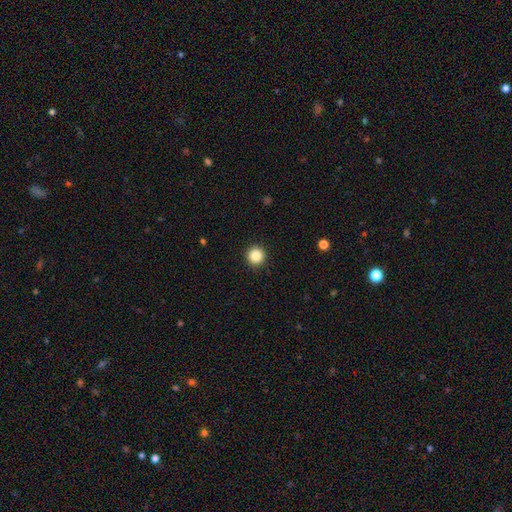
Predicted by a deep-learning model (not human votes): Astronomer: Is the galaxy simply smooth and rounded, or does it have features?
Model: smooth — 87%.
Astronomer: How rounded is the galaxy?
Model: round — 96%.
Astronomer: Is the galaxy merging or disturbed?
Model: none — 93%.